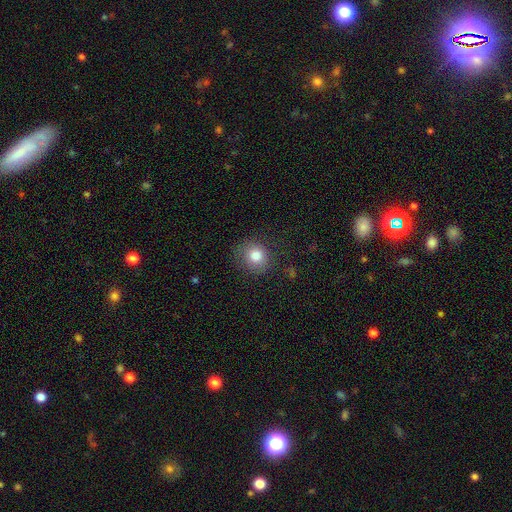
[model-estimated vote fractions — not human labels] Smooth or featured?
  - smooth: 81% *
  - star or artifact: 10%
  - featured or disk: 9%
How rounded?
  - round: 82% *
  - in between: 17%
  - cigar-shaped: 1%
Merging?
  - none: 77% *
  - minor disturbance: 15%
  - major disturbance: 6%
  - merger: 1%